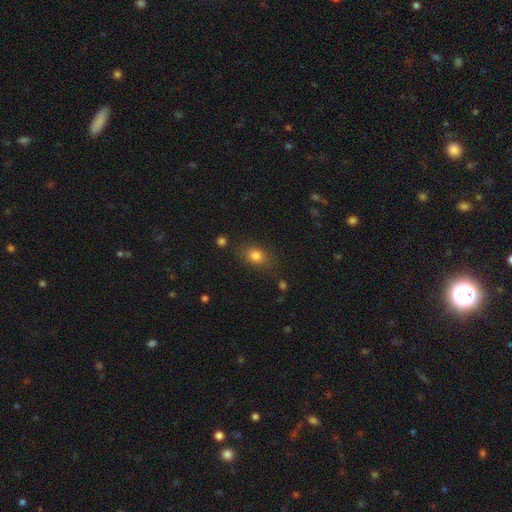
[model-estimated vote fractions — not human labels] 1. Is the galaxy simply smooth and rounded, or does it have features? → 81% smooth, 11% star or artifact, 7% featured or disk.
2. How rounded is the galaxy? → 64% in between, 34% round, 2% cigar-shaped.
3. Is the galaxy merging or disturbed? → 80% none, 13% minor disturbance, 4% major disturbance, 3% merger.